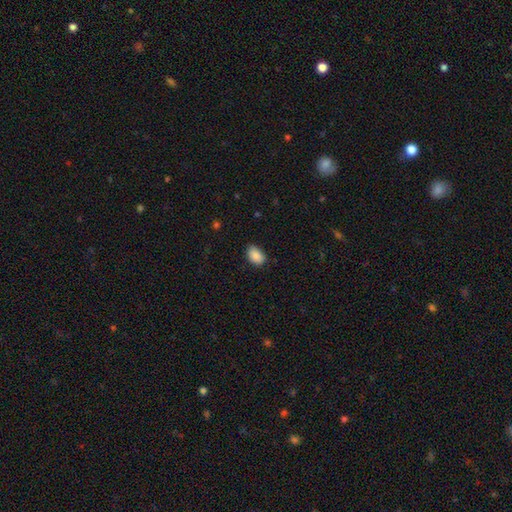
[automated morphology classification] Smooth or featured?
  - smooth: 89% *
  - star or artifact: 8%
  - featured or disk: 3%
How rounded?
  - in between: 87% *
  - round: 11%
  - cigar-shaped: 1%
Merging?
  - none: 79% *
  - minor disturbance: 17%
  - major disturbance: 3%
  - merger: 1%